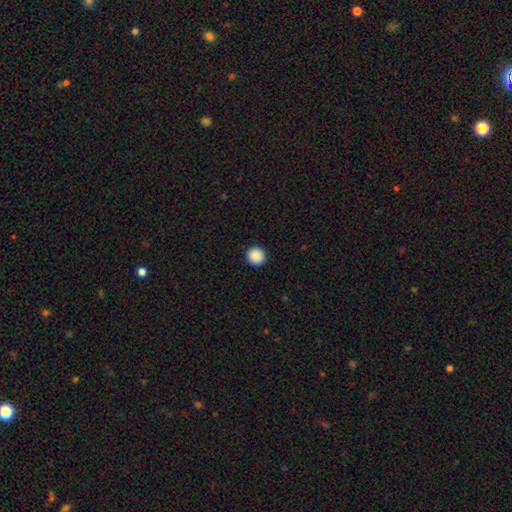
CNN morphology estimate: type=smooth (89%); roundness=round (95%); merging=none (93%).